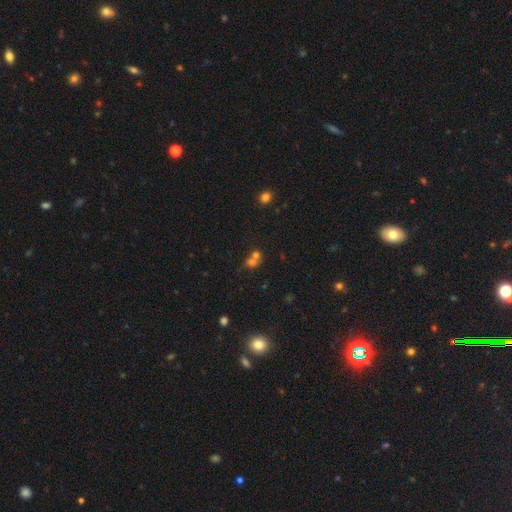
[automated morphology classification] A smooth galaxy with no disk features (64%) that is round (76%). Merging: merger (60%).